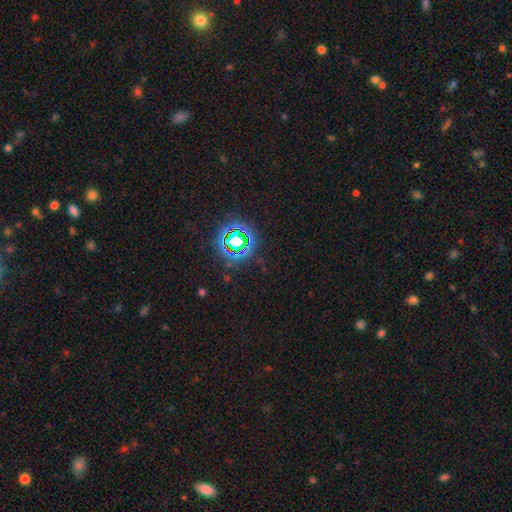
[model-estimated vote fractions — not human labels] Q: Smooth or featured?
A: star or artifact (76%); runner-up: smooth (16%)